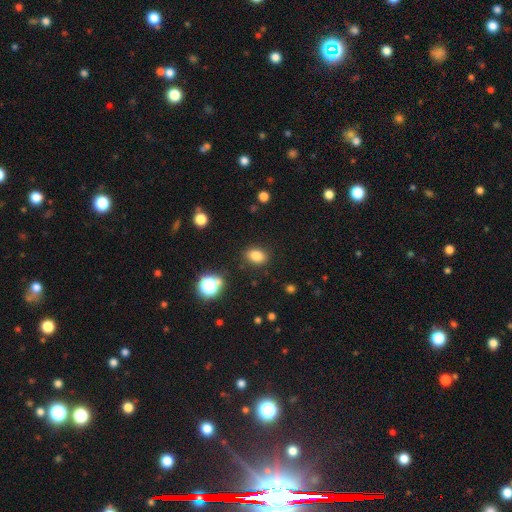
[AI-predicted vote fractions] Smooth or featured?
  - smooth: 81% *
  - star or artifact: 13%
  - featured or disk: 5%
How rounded?
  - in between: 74% *
  - round: 25%
  - cigar-shaped: 1%
Merging?
  - none: 86% *
  - minor disturbance: 9%
  - major disturbance: 3%
  - merger: 2%